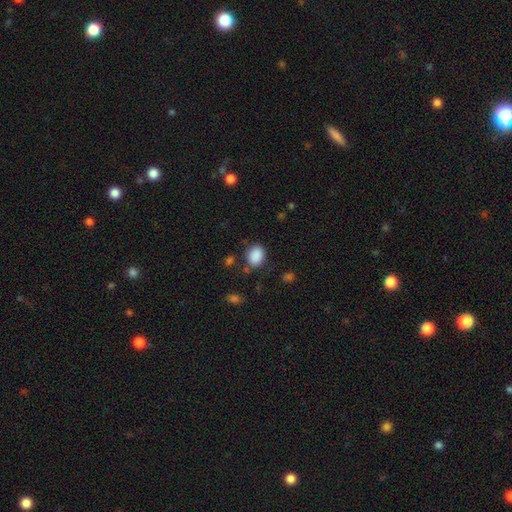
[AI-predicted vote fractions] A smooth galaxy with no disk features (88%) that is in between round and cigar-shaped (58%). Merging: none (77%).